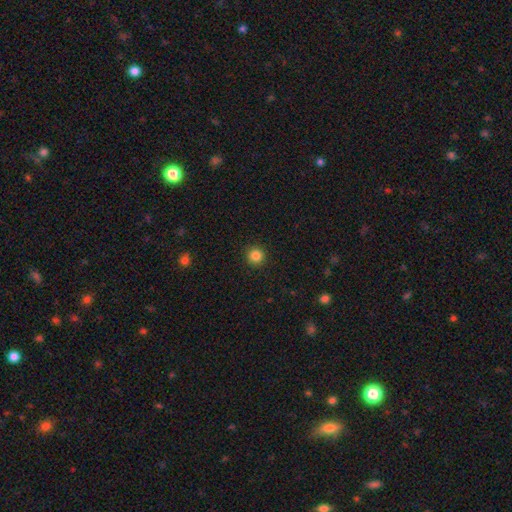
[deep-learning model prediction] Q: Smooth or featured?
A: smooth (84%); runner-up: star or artifact (12%)
Q: How rounded?
A: round (95%); runner-up: in between (4%)
Q: Merging?
A: none (93%); runner-up: minor disturbance (4%)